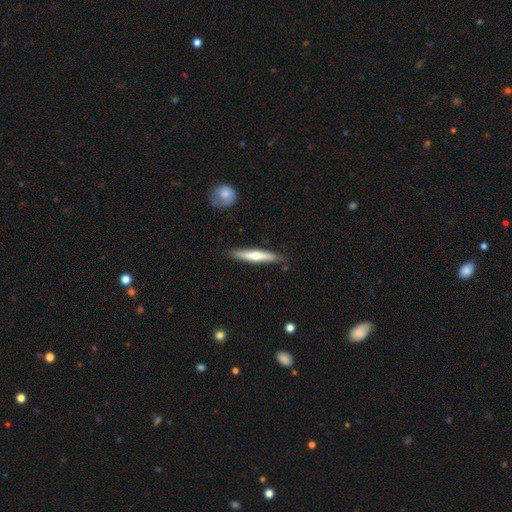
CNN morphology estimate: smooth_or_featured: featured or disk (p=0.50) [alt: smooth p=0.45]
merging: none (p=0.85) [alt: minor disturbance p=0.11]